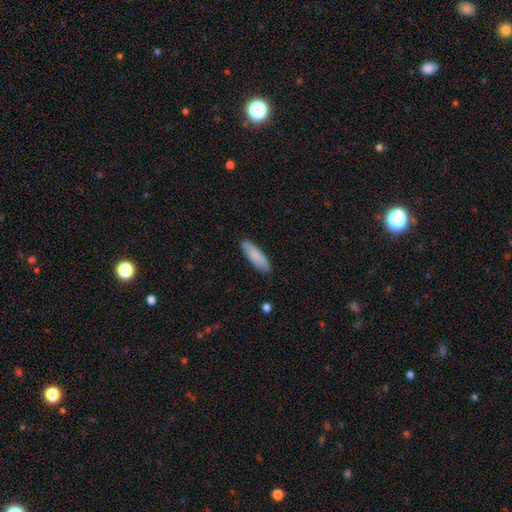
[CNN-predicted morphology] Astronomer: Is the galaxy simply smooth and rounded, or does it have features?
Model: smooth — 85%.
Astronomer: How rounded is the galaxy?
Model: cigar-shaped — 59% (runner-up: in between, 40%).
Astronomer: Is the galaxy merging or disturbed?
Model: none — 88%.